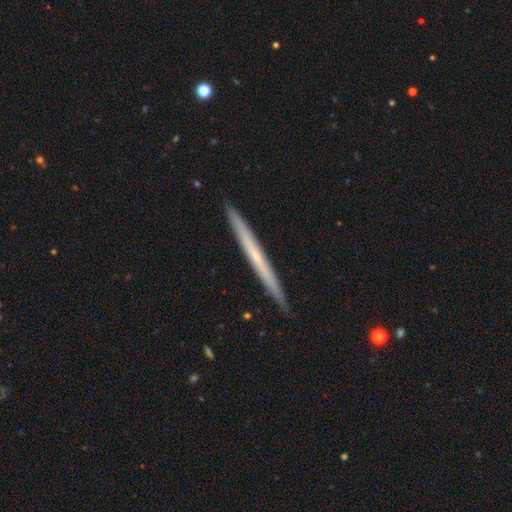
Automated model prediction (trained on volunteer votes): Morphology: type=featured or disk (58%); edge-on=yes (97%); edge-on bulge=none (78%); merging=none (91%).